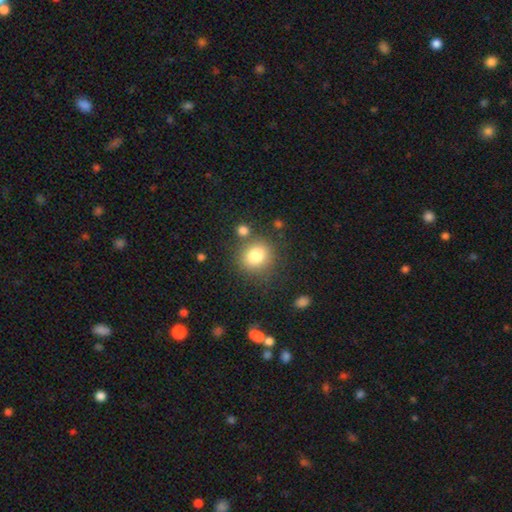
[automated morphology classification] type=smooth (80%); roundness=round (83%); merging=none (77%).